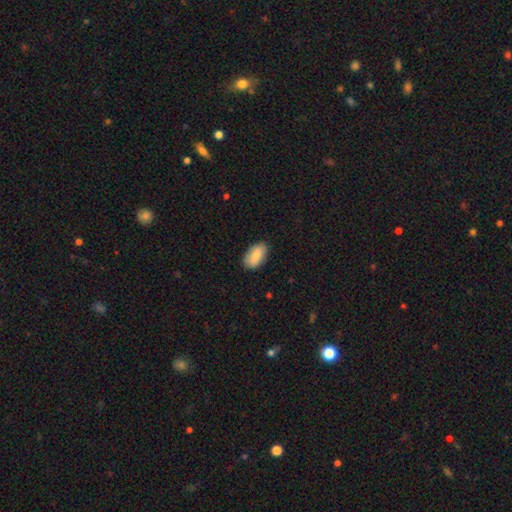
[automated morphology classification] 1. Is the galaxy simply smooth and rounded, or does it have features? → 83% smooth, 11% featured or disk, 6% star or artifact.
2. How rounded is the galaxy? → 93% in between, 4% round, 3% cigar-shaped.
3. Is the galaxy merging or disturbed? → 86% none, 11% minor disturbance, 2% major disturbance, 1% merger.